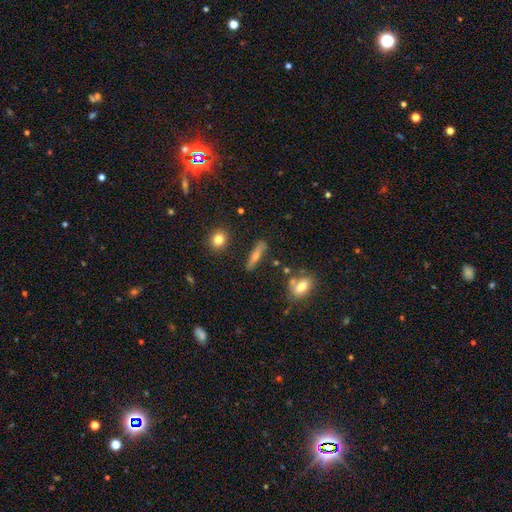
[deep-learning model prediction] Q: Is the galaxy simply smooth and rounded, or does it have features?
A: smooth — 41%, tied with featured or disk.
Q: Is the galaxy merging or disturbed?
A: none — 78%.